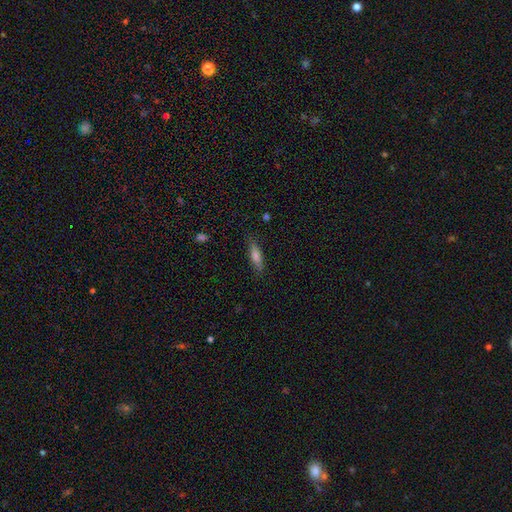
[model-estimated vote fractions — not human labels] smooth_or_featured: smooth (p=0.70) [alt: featured or disk p=0.22]
how_rounded: cigar-shaped (p=0.68) [alt: in between p=0.30]
merging: none (p=0.84) [alt: minor disturbance p=0.12]